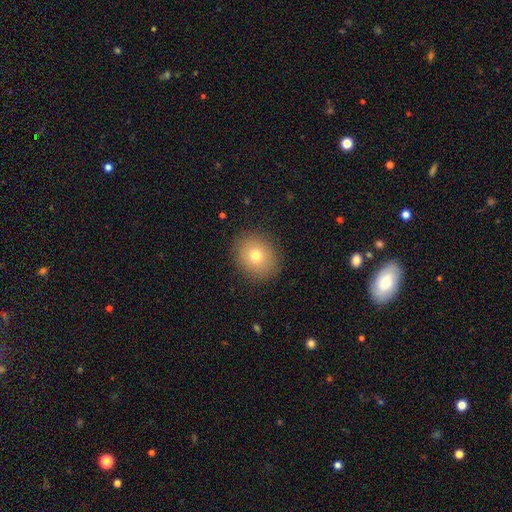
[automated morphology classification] This appears to be a smooth galaxy with no disk features (74%) that is round (75%). Merging: none (88%).